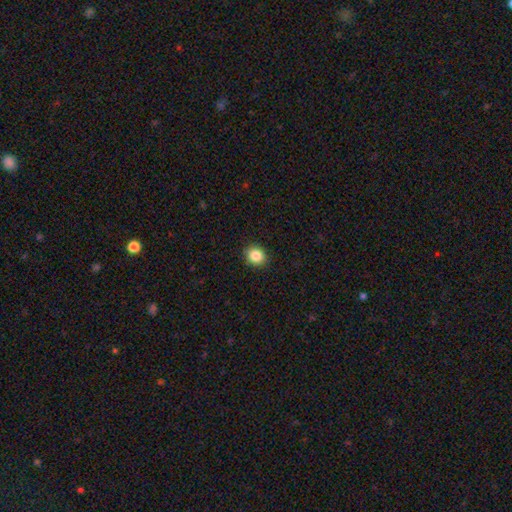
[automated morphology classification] Smooth or featured? smooth (86%)
How rounded? round (77%)
Merging? none (91%)